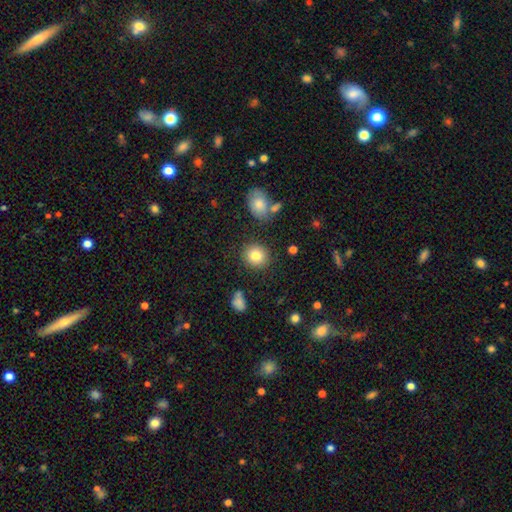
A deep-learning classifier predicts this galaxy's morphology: smooth_or_featured: smooth (p=0.83) [alt: star or artifact p=0.09]
how_rounded: round (p=0.84) [alt: in between p=0.15]
merging: none (p=0.86) [alt: minor disturbance p=0.08]